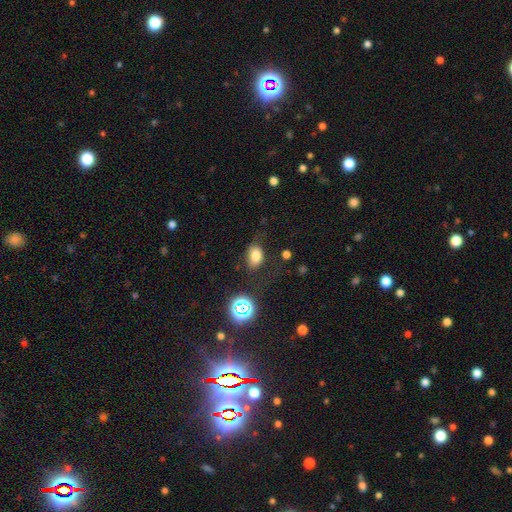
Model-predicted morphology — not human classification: smooth_or_featured: smooth (p=0.76) [alt: star or artifact p=0.15]
how_rounded: in between (p=0.80) [alt: round p=0.18]
merging: none (p=0.66) [alt: minor disturbance p=0.21]